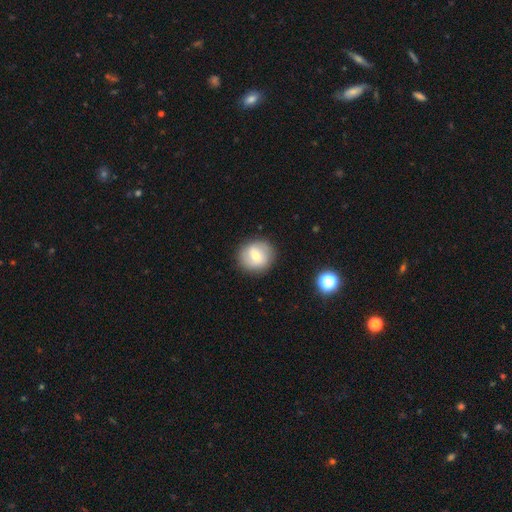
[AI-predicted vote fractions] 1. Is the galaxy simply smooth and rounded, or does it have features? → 57% smooth, 34% featured or disk, 9% star or artifact.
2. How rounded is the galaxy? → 89% round, 10% in between, 1% cigar-shaped.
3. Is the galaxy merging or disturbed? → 88% none, 8% minor disturbance, 3% major disturbance, 1% merger.